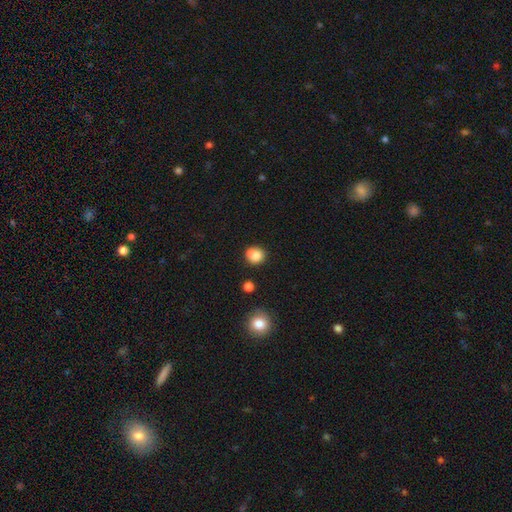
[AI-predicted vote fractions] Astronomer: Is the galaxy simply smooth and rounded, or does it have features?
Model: smooth — 79%.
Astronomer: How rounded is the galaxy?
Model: round — 78%.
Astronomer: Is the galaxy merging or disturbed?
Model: none — 52% (runner-up: merger, 30%).